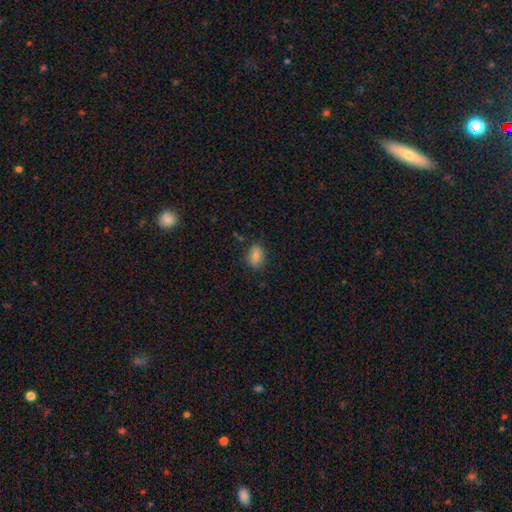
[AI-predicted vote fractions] Overall: smooth (79%). How rounded: in between (71%). Merging: none (80%).